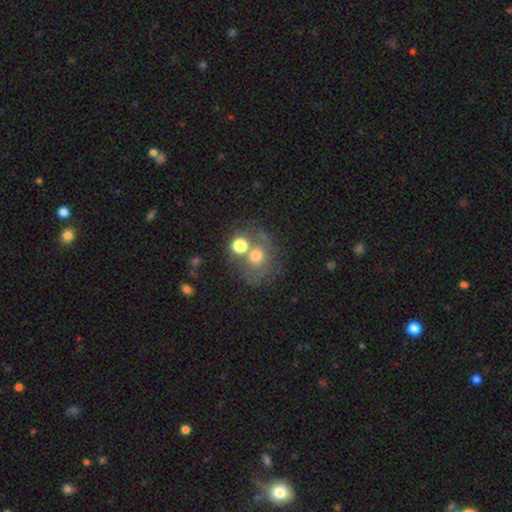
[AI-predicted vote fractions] Smooth or featured?
  - smooth: 57% *
  - featured or disk: 27%
  - star or artifact: 16%
How rounded?
  - round: 74% *
  - in between: 25%
  - cigar-shaped: 1%
Merging?
  - none: 46% *
  - merger: 32%
  - minor disturbance: 13%
  - major disturbance: 10%